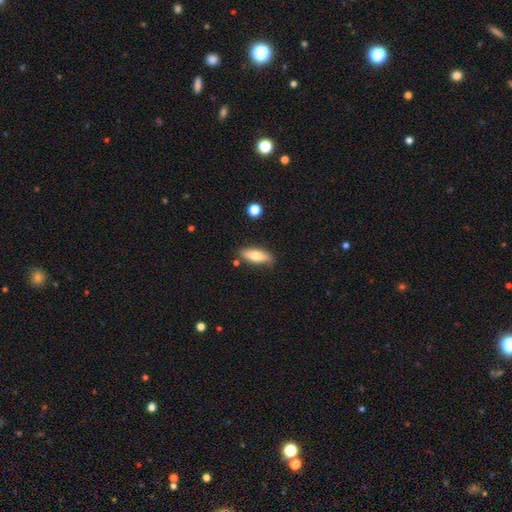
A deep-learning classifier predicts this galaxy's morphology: smooth_or_featured: smooth (p=0.70) [alt: featured or disk p=0.23]
how_rounded: in between (p=0.63) [alt: cigar-shaped p=0.34]
merging: none (p=0.80) [alt: minor disturbance p=0.14]